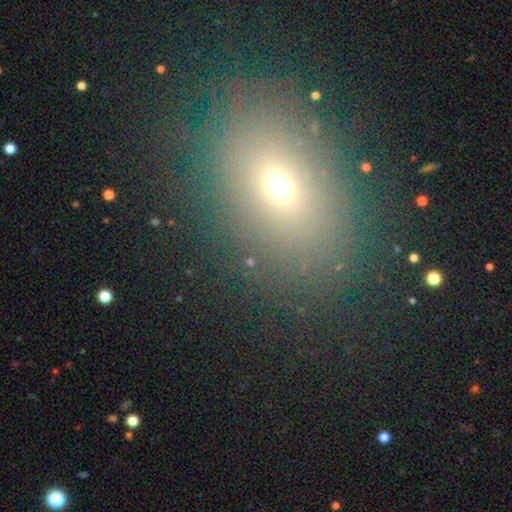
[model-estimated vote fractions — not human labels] The model was most divided on "how rounded": in between: 64%, round: 34%, cigar-shaped: 2%. More confident: merging — none (82%); smooth or featured — smooth (61%).